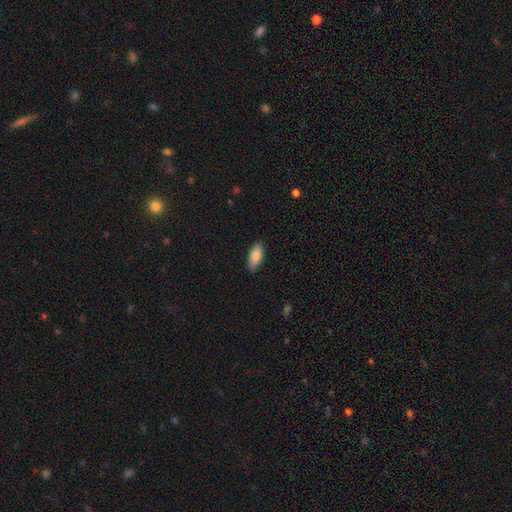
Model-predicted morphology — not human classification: This appears to be a smooth galaxy with no disk features (87%) that is in between round and cigar-shaped (84%). Merging: none (87%).